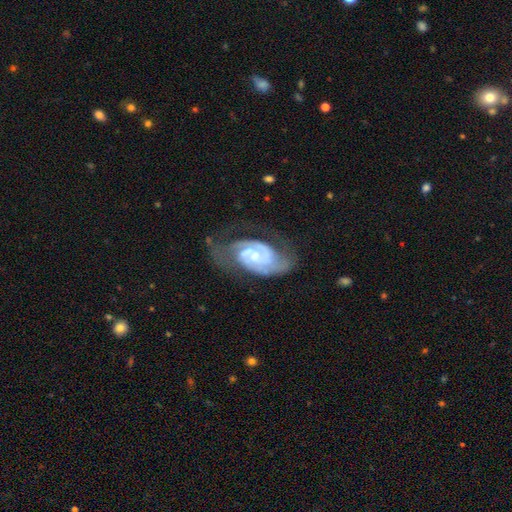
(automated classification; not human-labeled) Smooth or featured? Predicted: featured or disk (p=0.89). Edge-on disk? Predicted: no (p=0.97). Bar? Predicted: no (p=0.52). Spiral arms? Predicted: yes (p=0.97). Spiral winding? Predicted: tight (p=0.58). Spiral arm count? Predicted: 2 (p=0.70). Bulge size? Predicted: small (p=0.57). Merging? Predicted: none (p=0.58).